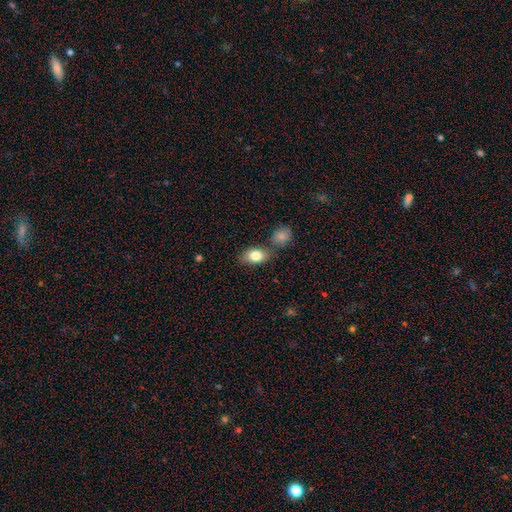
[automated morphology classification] Smooth or featured? smooth (83%)
How rounded? in between (84%)
Merging? none (64%)